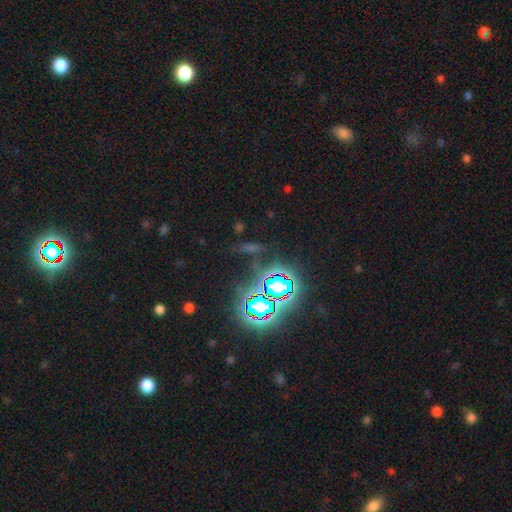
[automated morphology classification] smooth-or-featured: star or artifact: 81% | smooth: 11% | featured or disk: 8%